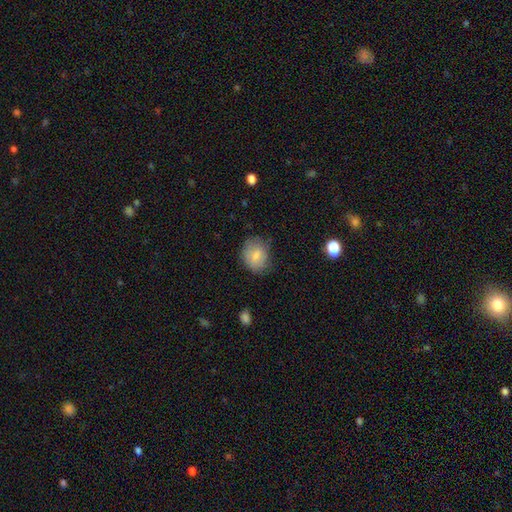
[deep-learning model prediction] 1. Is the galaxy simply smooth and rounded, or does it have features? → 77% smooth, 15% featured or disk, 8% star or artifact.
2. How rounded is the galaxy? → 53% in between, 46% round, 1% cigar-shaped.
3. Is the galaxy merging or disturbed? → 68% none, 24% minor disturbance, 7% major disturbance, 1% merger.